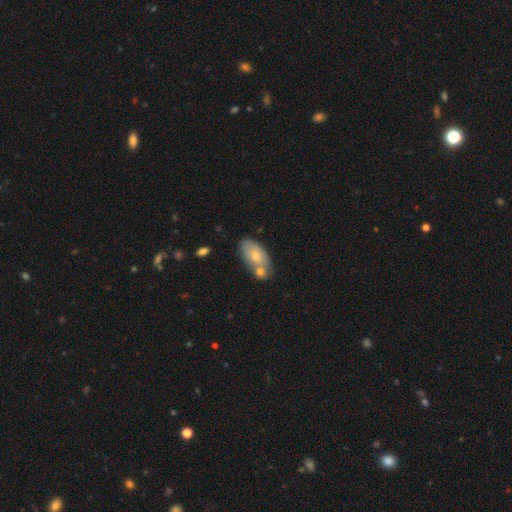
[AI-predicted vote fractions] This appears to be a smooth galaxy with no disk features (67%) that is in between round and cigar-shaped (91%). Merging: none (41%).